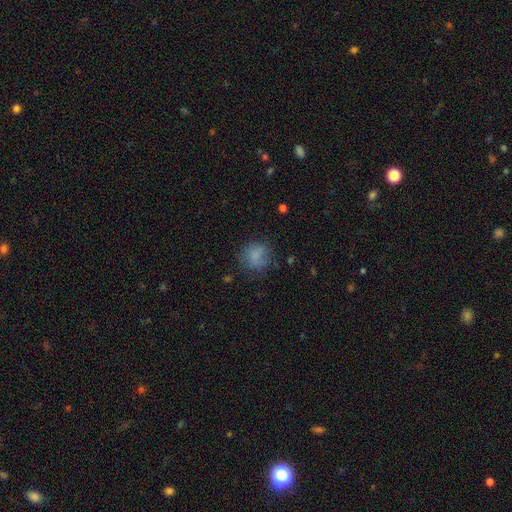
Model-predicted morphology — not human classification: type=smooth (77%); roundness=round (76%); merging=none (63%).